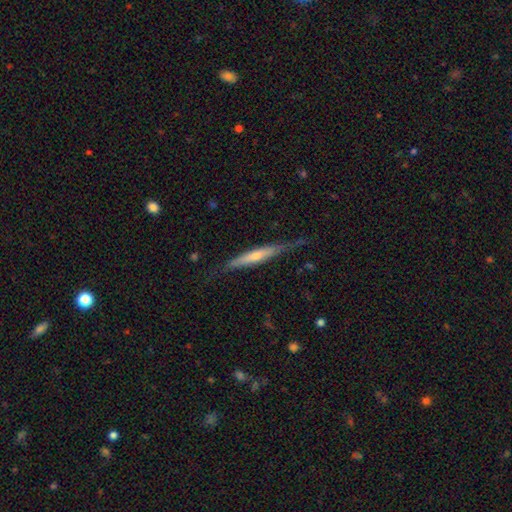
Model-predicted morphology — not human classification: smooth-or-featured: featured or disk: 60% | smooth: 34% | star or artifact: 6%
  disk-edge-on: yes: 93% | no: 7%
    edge-on-bulge: rounded: 60% | none: 31% | boxy: 8%
  merging: none: 73% | minor disturbance: 20% | major disturbance: 5% | merger: 2%